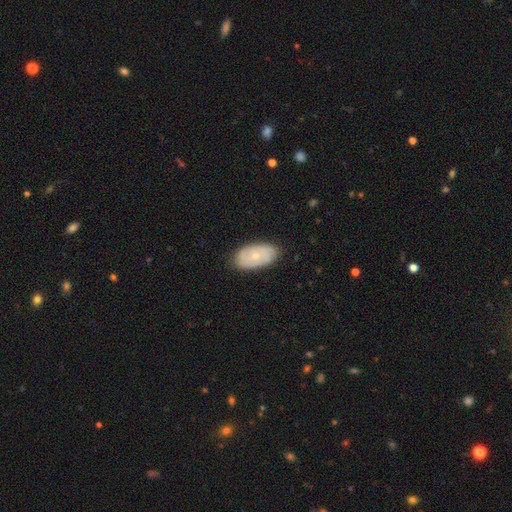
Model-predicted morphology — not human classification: Smooth or featured? smooth (49%)
Merging? none (83%)